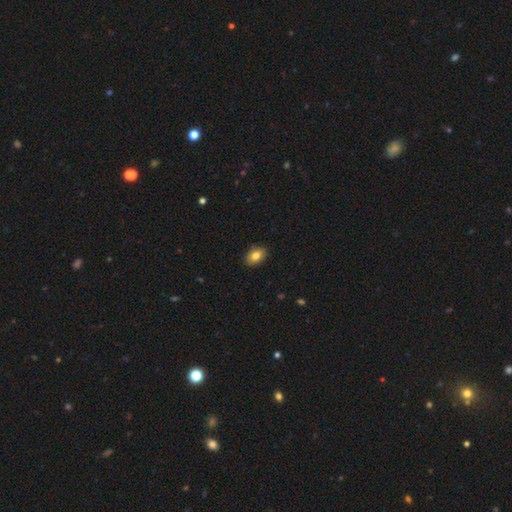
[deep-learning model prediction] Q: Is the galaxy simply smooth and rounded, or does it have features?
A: smooth — 82%.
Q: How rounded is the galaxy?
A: in between — 85%.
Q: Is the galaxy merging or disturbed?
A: none — 89%.